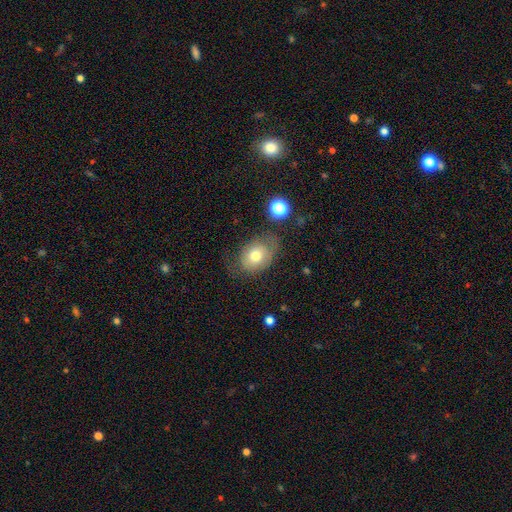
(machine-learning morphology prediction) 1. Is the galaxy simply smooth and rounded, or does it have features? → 70% smooth, 20% featured or disk, 10% star or artifact.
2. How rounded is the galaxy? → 67% in between, 32% round, 1% cigar-shaped.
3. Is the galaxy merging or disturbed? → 57% none, 26% minor disturbance, 13% major disturbance, 4% merger.